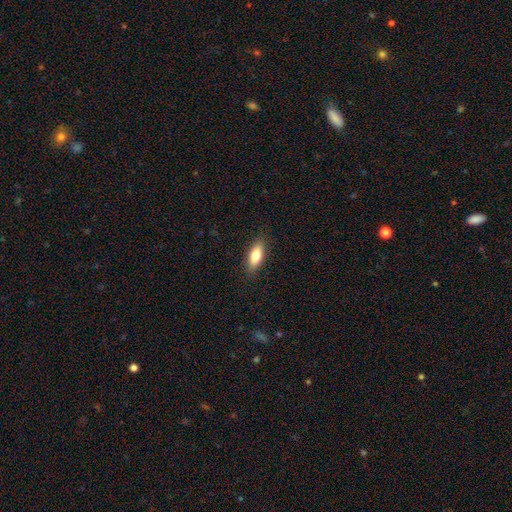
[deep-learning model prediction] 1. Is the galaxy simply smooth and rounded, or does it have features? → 77% smooth, 17% featured or disk, 7% star or artifact.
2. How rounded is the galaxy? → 72% in between, 25% cigar-shaped, 3% round.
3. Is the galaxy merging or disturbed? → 87% none, 10% minor disturbance, 2% major disturbance, 1% merger.